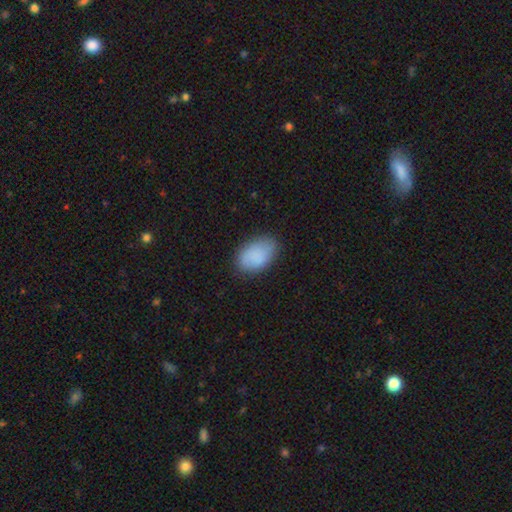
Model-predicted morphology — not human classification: type=smooth (87%); roundness=in between (91%); merging=none (81%).